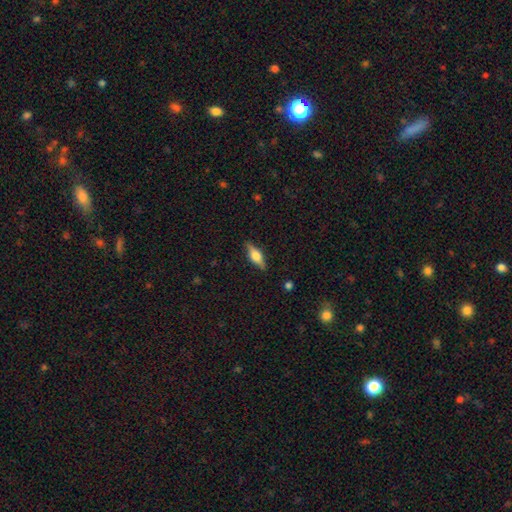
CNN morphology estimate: This is possibly a featured or disk galaxy (52%). It is clearly viewed edge-on (94%). Merging: clearly none (87%).